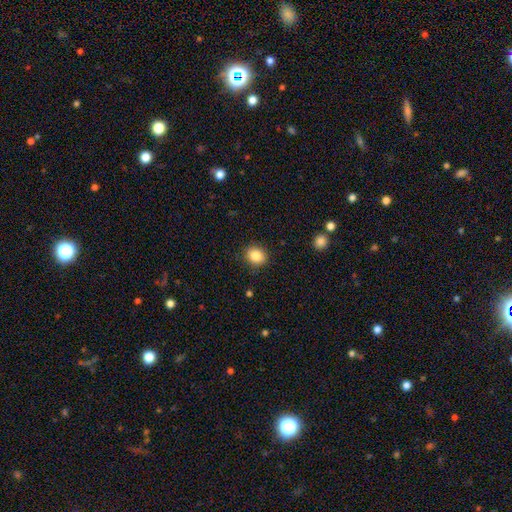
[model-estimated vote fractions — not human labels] Smooth or featured: smooth — 85% (star or artifact — 9%)
How rounded: round — 67% (in between — 32%)
Merging: none — 89% (minor disturbance — 8%)